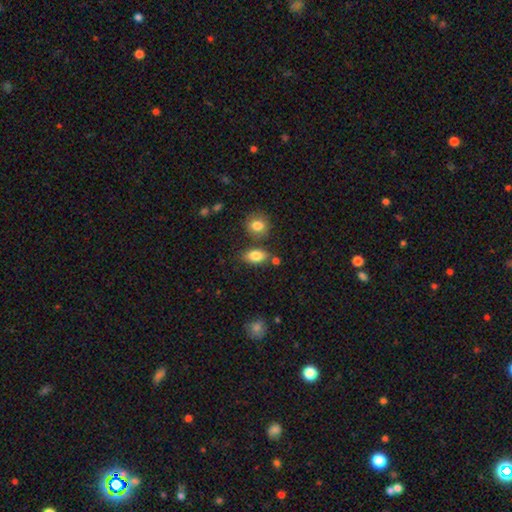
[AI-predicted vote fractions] Morphology: type=smooth (84%); roundness=in between (86%); merging=none (71%).